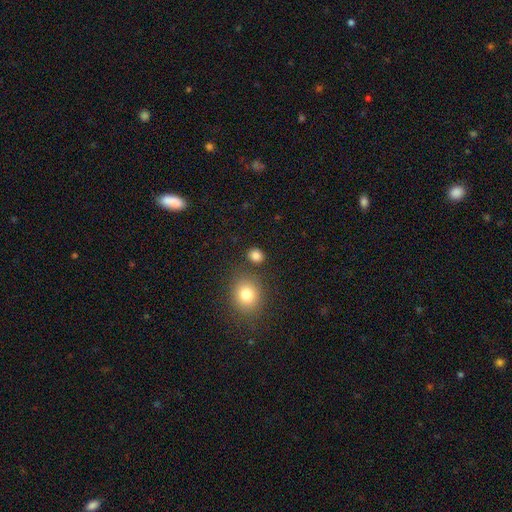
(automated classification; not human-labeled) Smooth or featured? smooth (83%)
How rounded? round (66%)
Merging? none (81%)